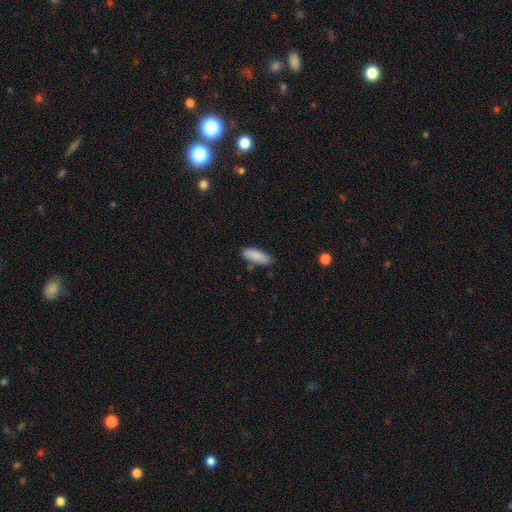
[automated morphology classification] The model was most divided on "how rounded": in between: 71%, cigar-shaped: 28%, round: 2%. More confident: smooth or featured — smooth (88%); merging — none (77%).